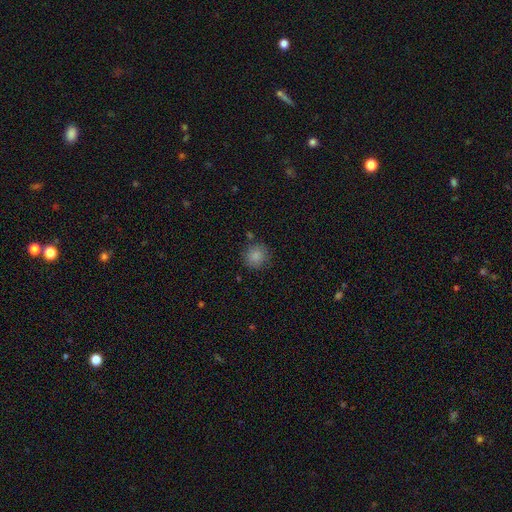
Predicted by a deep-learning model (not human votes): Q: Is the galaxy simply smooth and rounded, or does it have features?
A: smooth — 86%.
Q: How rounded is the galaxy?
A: round — 92%.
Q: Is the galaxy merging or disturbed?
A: none — 84%.